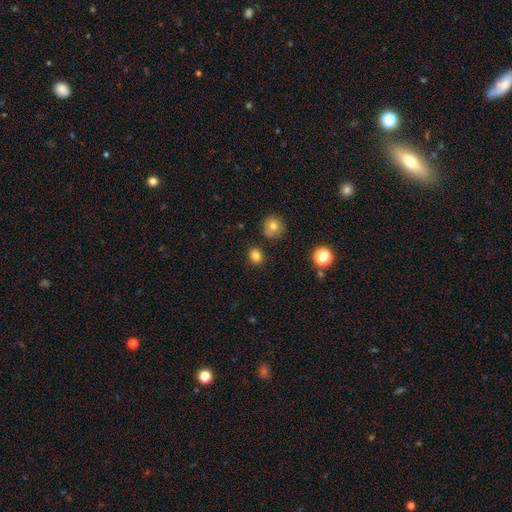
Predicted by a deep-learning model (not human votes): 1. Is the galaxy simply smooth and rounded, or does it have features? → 81% smooth, 13% star or artifact, 5% featured or disk.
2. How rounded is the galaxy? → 65% round, 34% in between, 1% cigar-shaped.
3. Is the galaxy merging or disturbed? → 85% none, 9% minor disturbance, 3% merger, 2% major disturbance.